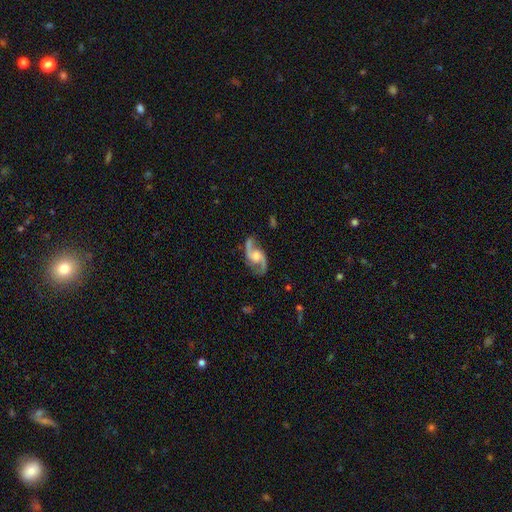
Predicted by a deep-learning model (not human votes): A featured or disk galaxy (91%) with no bar (52%), 2 (94%) loose (53%) spiral arms (98%) and a moderate central bulge (44%).

Vote fractions:
- Smooth or featured? featured or disk: 91% / smooth: 5% / star or artifact: 5%
- Edge-on disk? no: 98% / yes: 2%
- Bar? no: 52% / weak: 40% / strong: 9%
- Spiral arms? yes: 98% / no: 2%
- Spiral winding? loose: 53% / medium: 39% / tight: 7%
- Spiral arm count? 2: 94% / can't tell: 2% / 3: 1% / 1: 1% / 4: 1% / more than 4: 1%
- Bulge size? moderate: 44% / small: 26% / none: 15% / large: 13% / dominant: 2%
- Merging? none: 78% / minor disturbance: 14% / major disturbance: 6% / merger: 2%